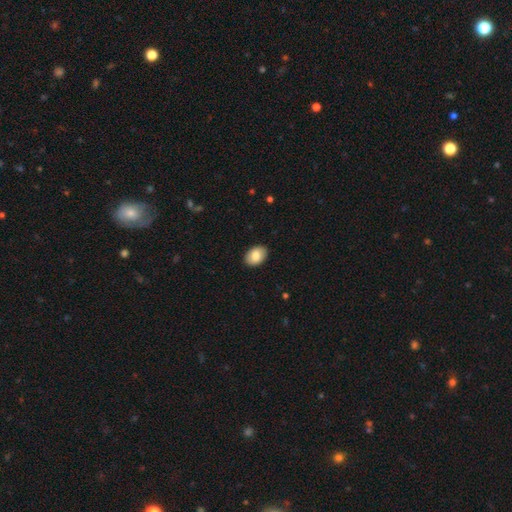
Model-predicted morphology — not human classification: smooth-or-featured: smooth: 84% | featured or disk: 10% | star or artifact: 7%
  how-rounded: in between: 86% | round: 13% | cigar-shaped: 1%
  merging: none: 90% | minor disturbance: 8% | major disturbance: 2% | merger: 1%